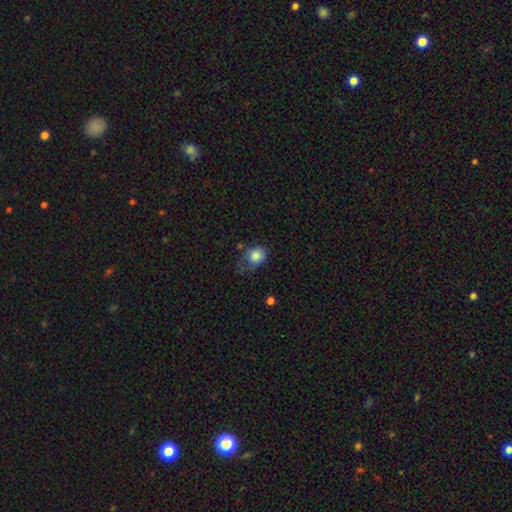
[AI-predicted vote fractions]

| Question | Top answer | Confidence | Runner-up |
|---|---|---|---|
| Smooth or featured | smooth | 83% | star or artifact (9%) |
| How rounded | round | 55% | in between (44%) |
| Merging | none | 36% | minor disturbance (35%) |